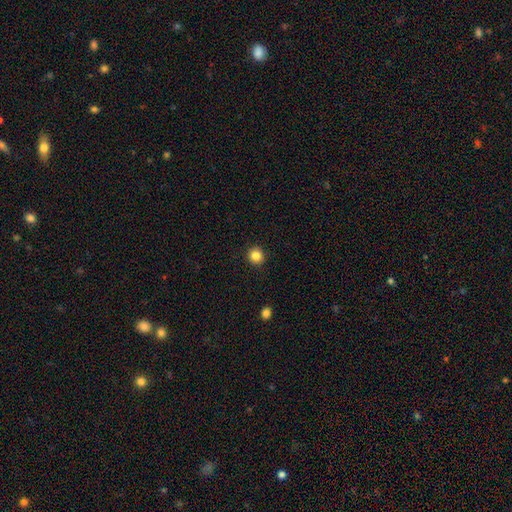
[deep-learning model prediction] This appears to be a smooth galaxy with no disk features (84%) that is round (93%). Merging: none (93%).